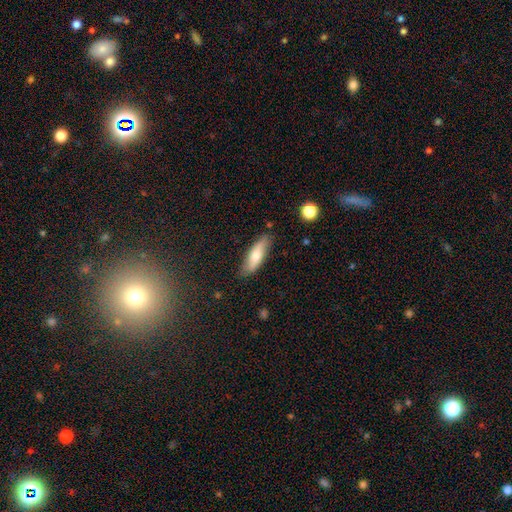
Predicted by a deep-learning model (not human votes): smooth 67%, featured or disk 27%, star or artifact 6%. Down the decision tree: how rounded — cigar-shaped (52%); merging — none (81%).